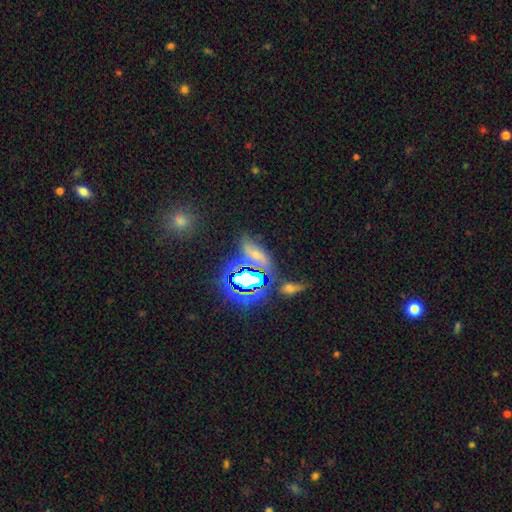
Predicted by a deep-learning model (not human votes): A star or artifact, not a galaxy (50%).

Vote fractions:
- Smooth or featured? star or artifact: 50% / smooth: 30% / featured or disk: 20%